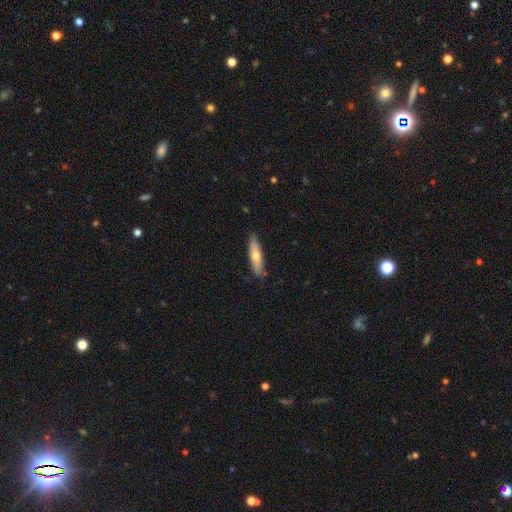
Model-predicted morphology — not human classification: Q: Smooth or featured?
A: smooth (63%); runner-up: featured or disk (32%)
Q: How rounded?
A: cigar-shaped (71%); runner-up: in between (27%)
Q: Merging?
A: none (84%); runner-up: minor disturbance (13%)